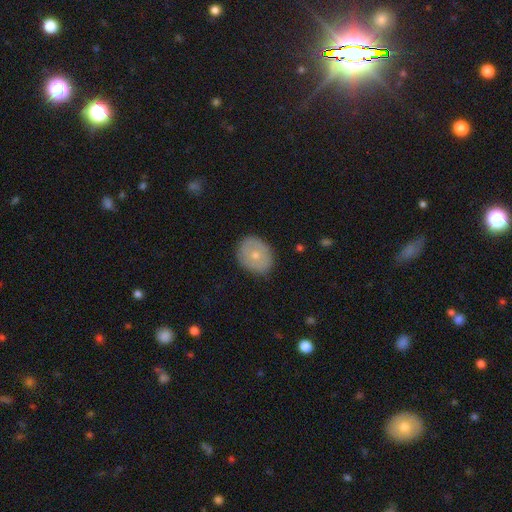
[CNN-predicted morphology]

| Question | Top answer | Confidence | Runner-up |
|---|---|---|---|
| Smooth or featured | smooth | 64% | featured or disk (29%) |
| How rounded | round | 53% | in between (46%) |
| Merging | none | 83% | minor disturbance (13%) |